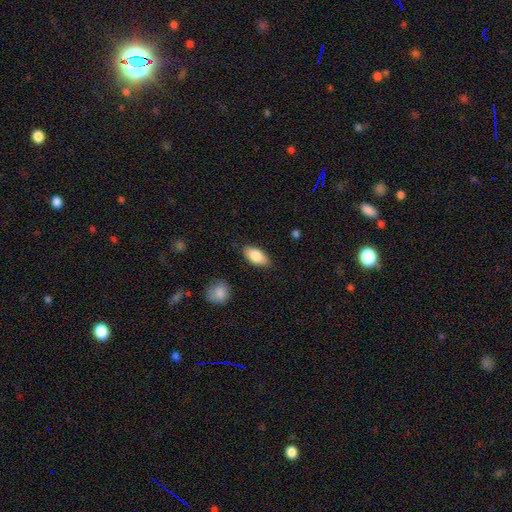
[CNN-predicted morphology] smooth_or_featured: smooth (p=0.83) [alt: featured or disk p=0.11]
how_rounded: in between (p=0.90) [alt: cigar-shaped p=0.07]
merging: none (p=0.84) [alt: minor disturbance p=0.12]